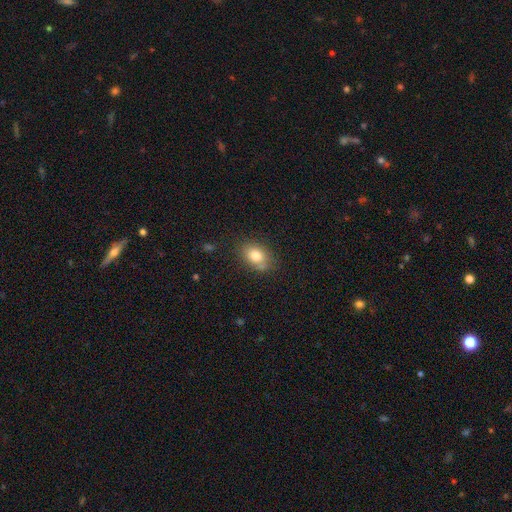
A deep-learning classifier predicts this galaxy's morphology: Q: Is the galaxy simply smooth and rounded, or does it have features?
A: smooth — 79%.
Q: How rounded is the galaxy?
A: in between — 72%.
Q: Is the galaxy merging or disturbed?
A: none — 72%.